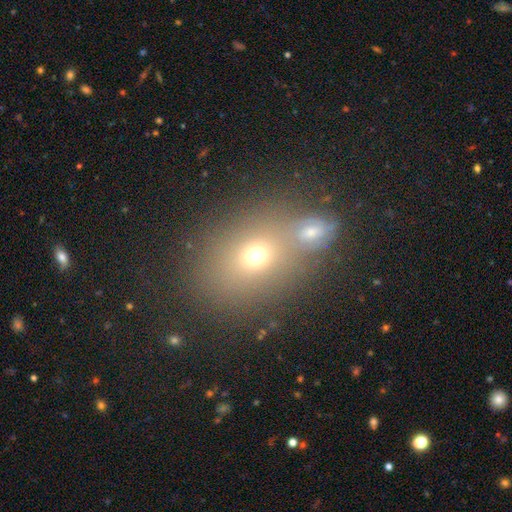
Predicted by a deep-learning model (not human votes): Smooth or featured?
  - smooth: 63% *
  - star or artifact: 20%
  - featured or disk: 17%
How rounded?
  - round: 51% *
  - in between: 48%
  - cigar-shaped: 1%
Merging?
  - merger: 43% * (tied)
  - none: 43% * (tied)
  - minor disturbance: 9%
  - major disturbance: 5%